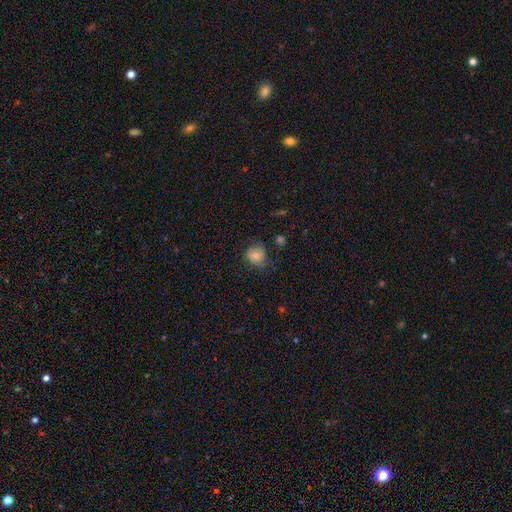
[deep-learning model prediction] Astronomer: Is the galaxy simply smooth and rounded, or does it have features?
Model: smooth — 65%.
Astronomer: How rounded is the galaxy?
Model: round — 73%.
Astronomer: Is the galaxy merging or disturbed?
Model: none — 57%.